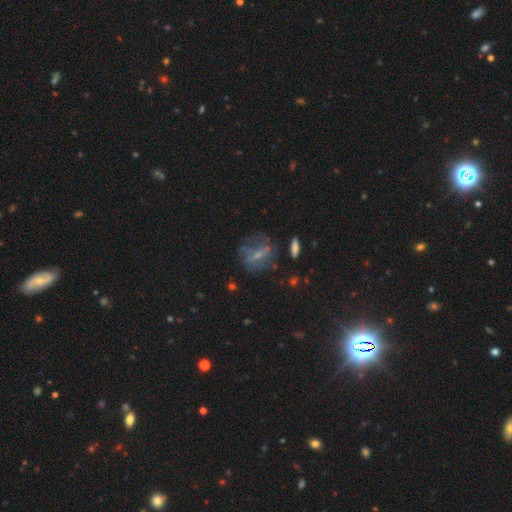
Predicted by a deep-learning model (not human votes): Smooth or featured? featured or disk (46%)
Merging? none (63%)